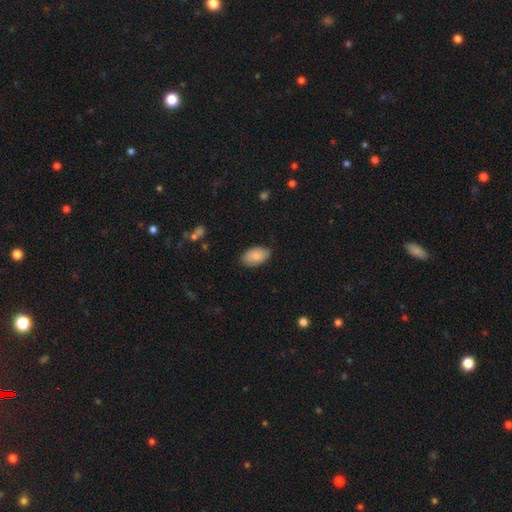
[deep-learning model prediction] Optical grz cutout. It shows a smooth galaxy with no disk features (85%) that is in between round and cigar-shaped (94%). Merging: none (83%).